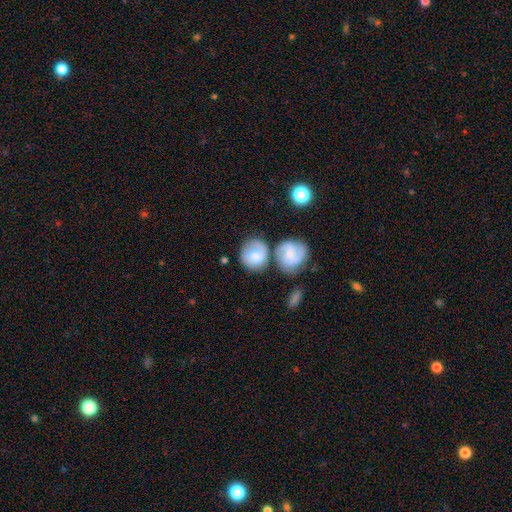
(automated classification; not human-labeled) This appears to be a smooth galaxy with no disk features (62%) that is round (78%). Merging: none (51%).